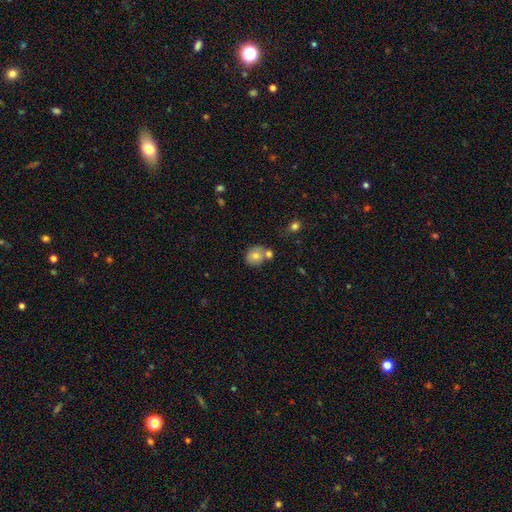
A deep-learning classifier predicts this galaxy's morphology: The model was most divided on "merging": none: 58%, merger: 26%, minor disturbance: 13%, major disturbance: 4%. More confident: smooth or featured — smooth (77%); how rounded — round (76%).